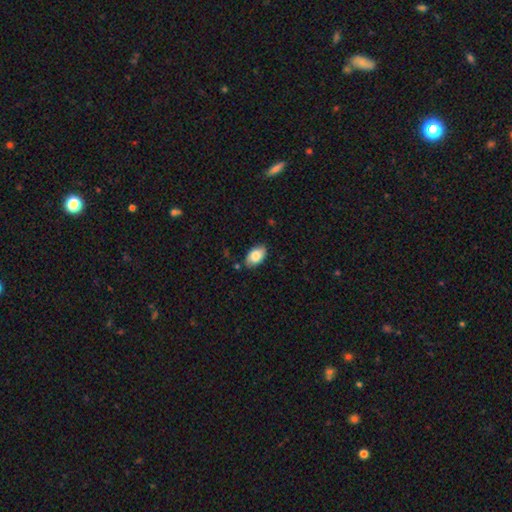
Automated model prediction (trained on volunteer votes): smooth 83%, featured or disk 10%, star or artifact 7%. Down the decision tree: how rounded — in between (94%); merging — none (79%).